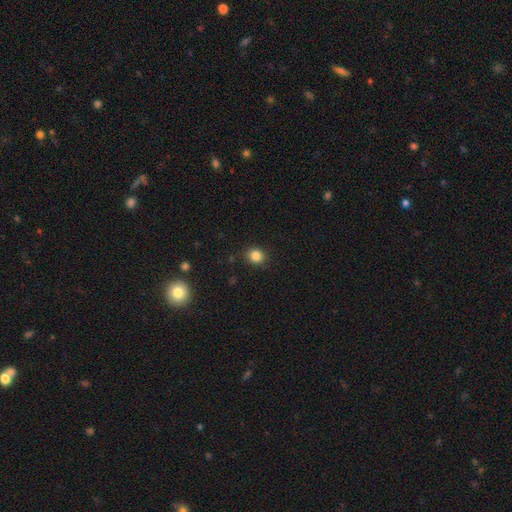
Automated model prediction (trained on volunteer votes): smooth 84%, star or artifact 11%, featured or disk 4%. Down the decision tree: how rounded — round (79%); merging — none (87%).